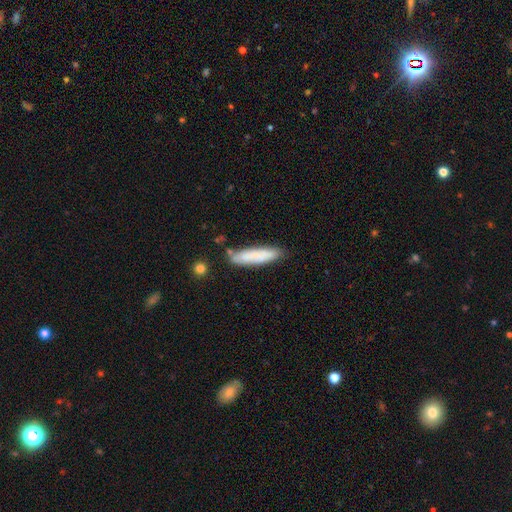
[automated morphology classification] Overall: smooth (76%). How rounded: cigar-shaped (78%). Merging: none (76%).